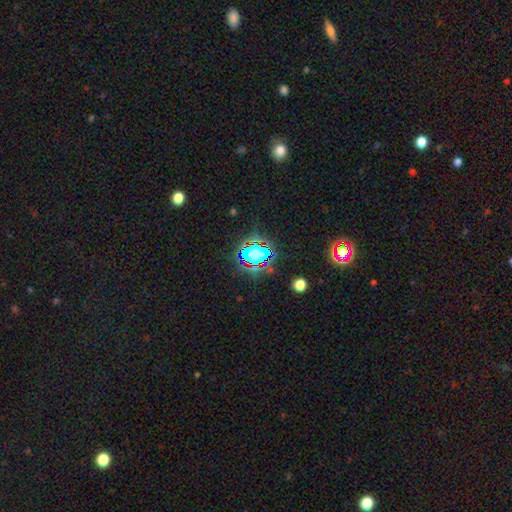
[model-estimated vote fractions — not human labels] smooth-or-featured: star or artifact: 58% | smooth: 28% | featured or disk: 14%